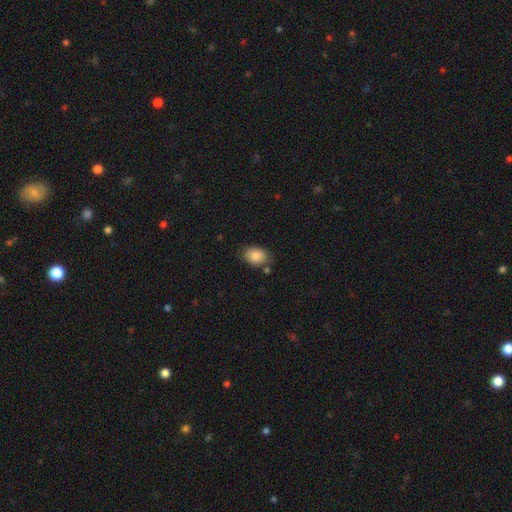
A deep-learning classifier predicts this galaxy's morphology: smooth-or-featured: smooth: 86% | star or artifact: 8% | featured or disk: 6%
  how-rounded: in between: 79% | round: 20% | cigar-shaped: 1%
  merging: none: 78% | minor disturbance: 15% | merger: 4% | major disturbance: 3%